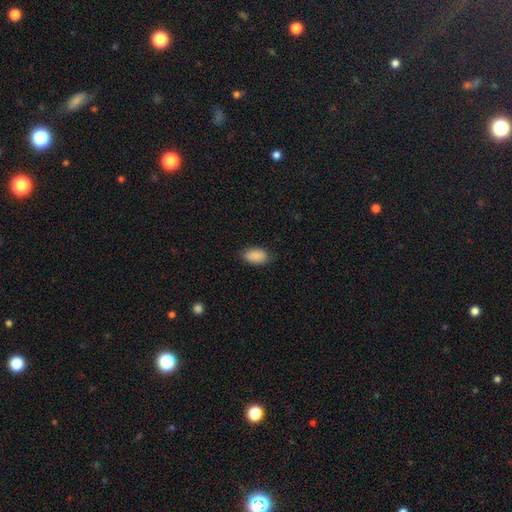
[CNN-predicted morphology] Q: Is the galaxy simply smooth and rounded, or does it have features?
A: smooth — 88%.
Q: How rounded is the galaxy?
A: in between — 93%.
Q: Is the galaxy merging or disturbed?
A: none — 81%.